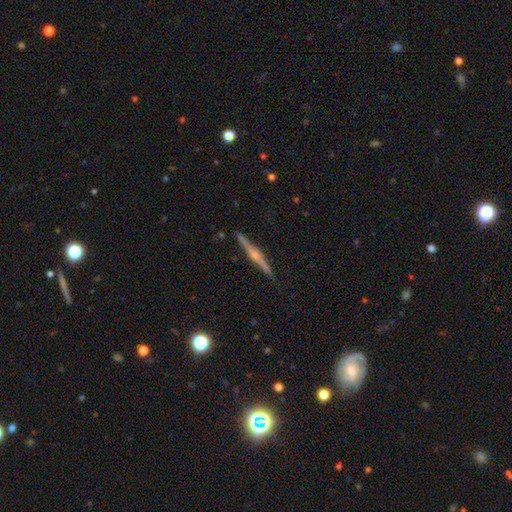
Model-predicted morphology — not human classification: Overall: featured or disk (79%). Edge-on disk: yes (98%). Edge-on bulge: rounded (84%). Merging: none (91%).